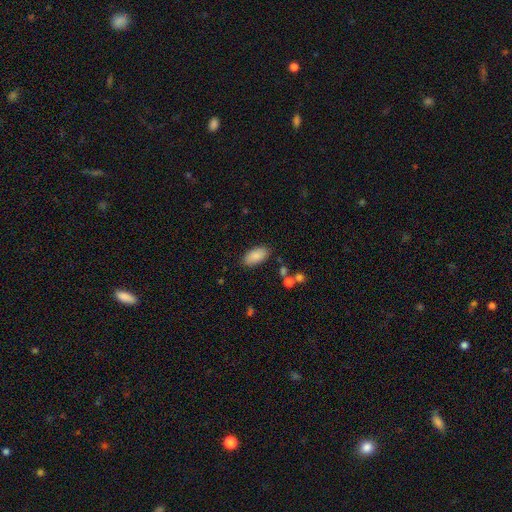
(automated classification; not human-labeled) smooth_or_featured: smooth (p=0.87) [alt: star or artifact p=0.07]
how_rounded: in between (p=0.93) [alt: cigar-shaped p=0.04]
merging: none (p=0.85) [alt: minor disturbance p=0.10]